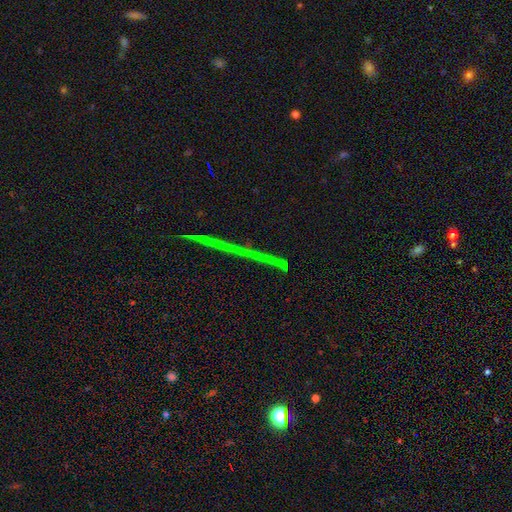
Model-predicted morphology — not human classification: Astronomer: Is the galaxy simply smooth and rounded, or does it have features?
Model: star or artifact — 80%.